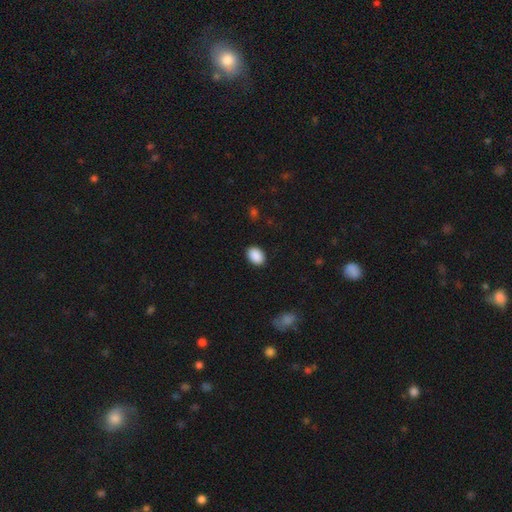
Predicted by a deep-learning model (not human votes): Smooth or featured? Predicted: smooth (p=0.90). How rounded? Predicted: in between (p=0.81). Merging? Predicted: none (p=0.89).